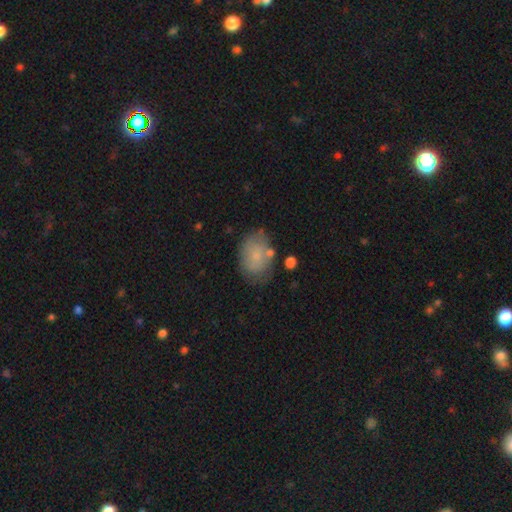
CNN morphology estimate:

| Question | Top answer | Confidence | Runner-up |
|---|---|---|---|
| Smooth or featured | smooth | 72% | featured or disk (19%) |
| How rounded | in between | 79% | round (20%) |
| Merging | none | 62% | minor disturbance (24%) |